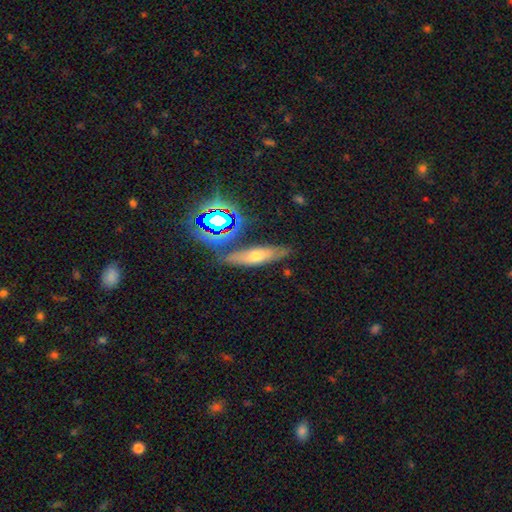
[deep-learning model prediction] This appears to be a smooth galaxy with no disk features (46%). Merging: none (78%).